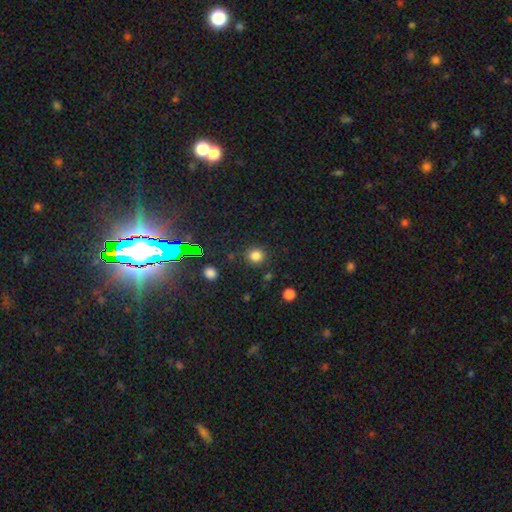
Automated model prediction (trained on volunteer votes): This appears to be a smooth galaxy with no disk features (80%) that is round (89%). Merging: none (86%).